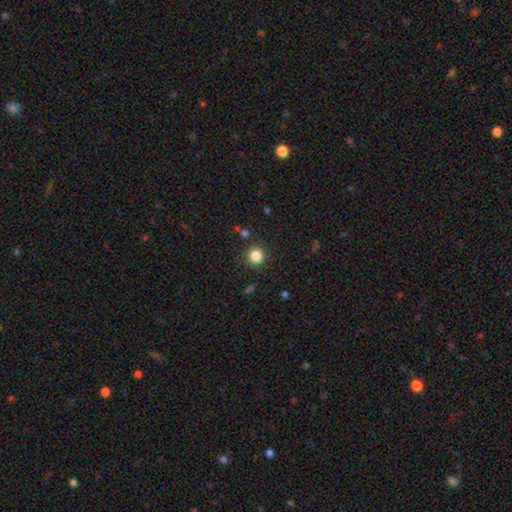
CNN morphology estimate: smooth-or-featured: smooth: 83% | star or artifact: 12% | featured or disk: 5%
  how-rounded: round: 93% | in between: 6% | cigar-shaped: 1%
  merging: none: 90% | minor disturbance: 6% | major disturbance: 2% | merger: 2%